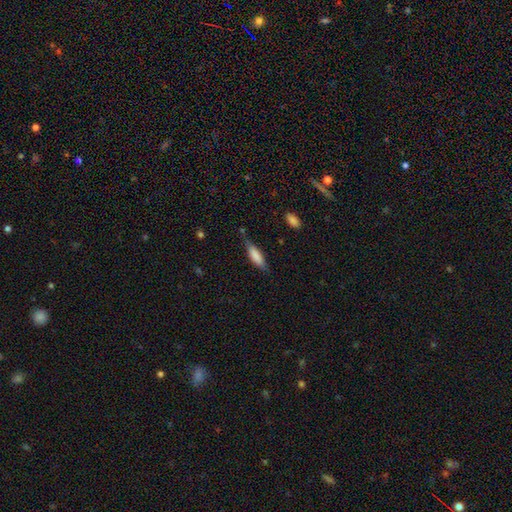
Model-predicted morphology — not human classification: This appears to be a smooth galaxy with no disk features (75%) that is cigar-shaped (56%). Merging: none (70%).